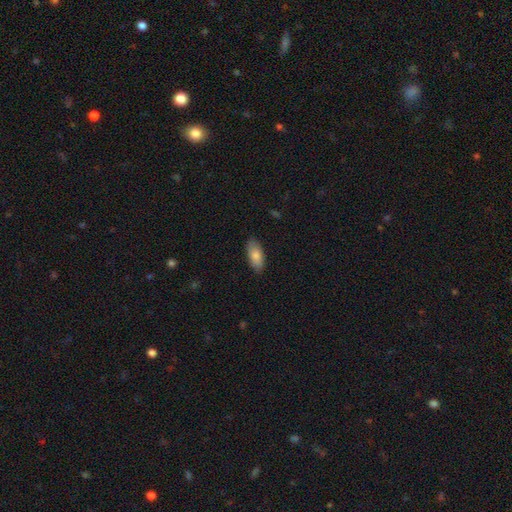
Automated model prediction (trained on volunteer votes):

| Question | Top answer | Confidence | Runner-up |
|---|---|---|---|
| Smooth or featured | smooth | 81% | featured or disk (12%) |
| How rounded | in between | 87% | cigar-shaped (11%) |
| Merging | none | 85% | minor disturbance (12%) |